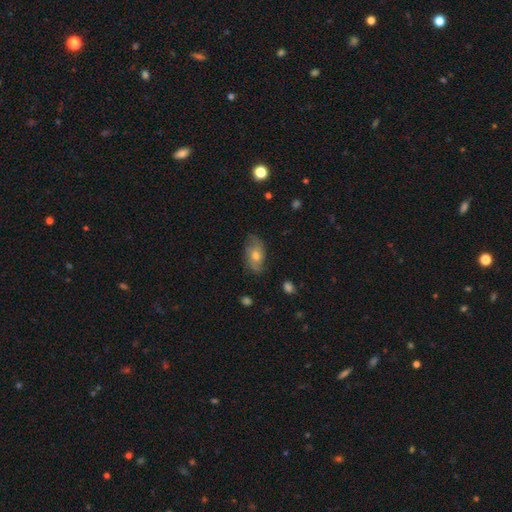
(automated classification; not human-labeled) Smooth or featured? featured or disk (52%)
Edge-on disk? no (91%)
Merging? none (73%)